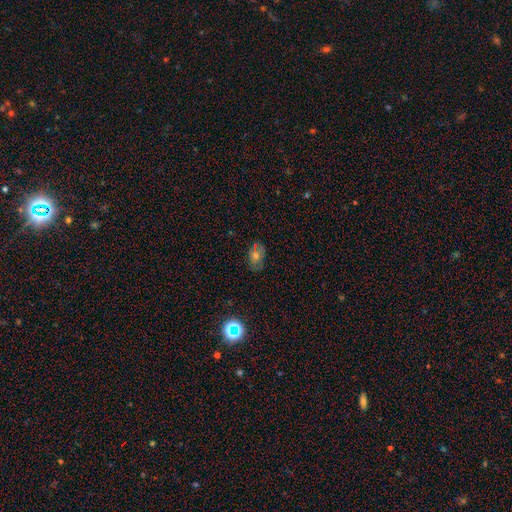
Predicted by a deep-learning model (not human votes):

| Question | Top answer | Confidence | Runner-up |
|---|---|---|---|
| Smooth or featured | smooth | 57% | featured or disk (22%) |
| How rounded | in between | 78% | round (20%) |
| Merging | none | 69% | minor disturbance (20%) |